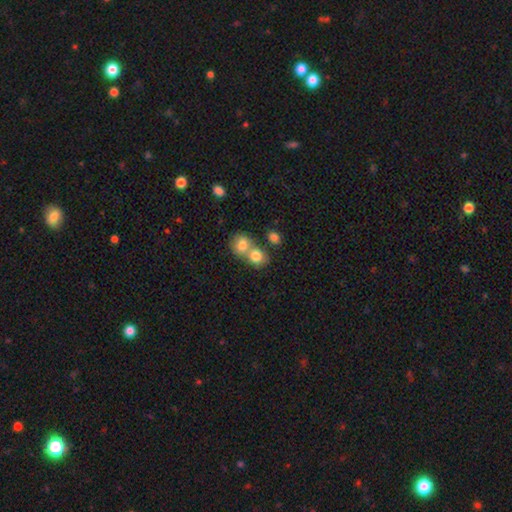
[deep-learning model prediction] A smooth galaxy with no disk features (79%) that is round (66%).

Vote fractions:
- Smooth or featured? smooth: 79% / featured or disk: 11% / star or artifact: 10%
- How rounded? round: 66% / in between: 33% / cigar-shaped: 1%
- Merging? merger: 59% / none: 32% / minor disturbance: 7% / major disturbance: 3%